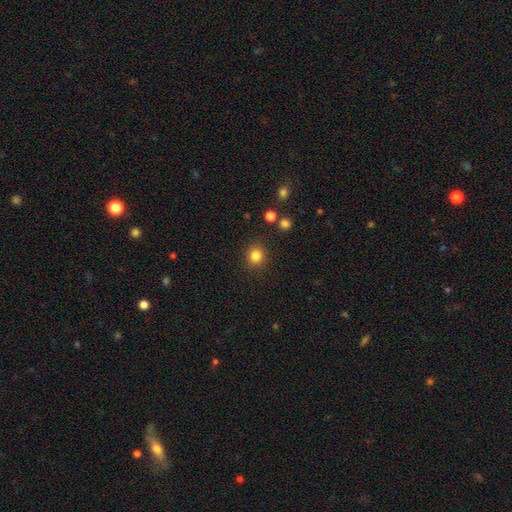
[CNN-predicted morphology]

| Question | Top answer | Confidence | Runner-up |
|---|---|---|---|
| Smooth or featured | smooth | 84% | star or artifact (12%) |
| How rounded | round | 88% | in between (11%) |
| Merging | none | 89% | minor disturbance (7%) |